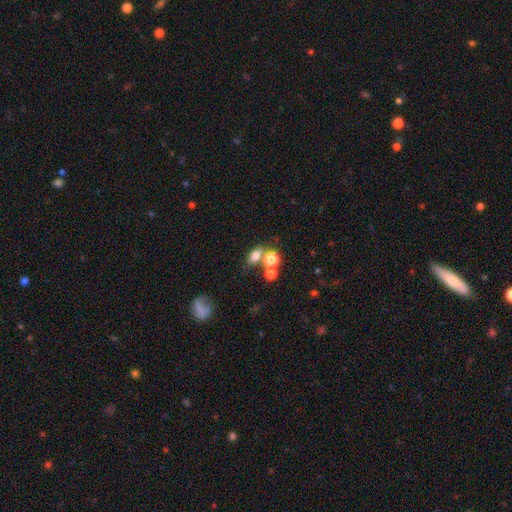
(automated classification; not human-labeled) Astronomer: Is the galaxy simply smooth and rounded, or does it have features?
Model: smooth — 73%.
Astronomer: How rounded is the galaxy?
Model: in between — 68%.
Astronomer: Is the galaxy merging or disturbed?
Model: none — 54%.